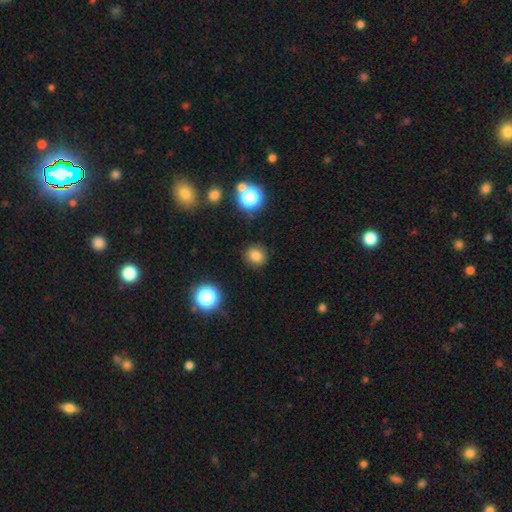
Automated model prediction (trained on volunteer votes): Q: Smooth or featured?
A: smooth (80%); runner-up: star or artifact (15%)
Q: How rounded?
A: round (84%); runner-up: in between (15%)
Q: Merging?
A: none (88%); runner-up: minor disturbance (8%)